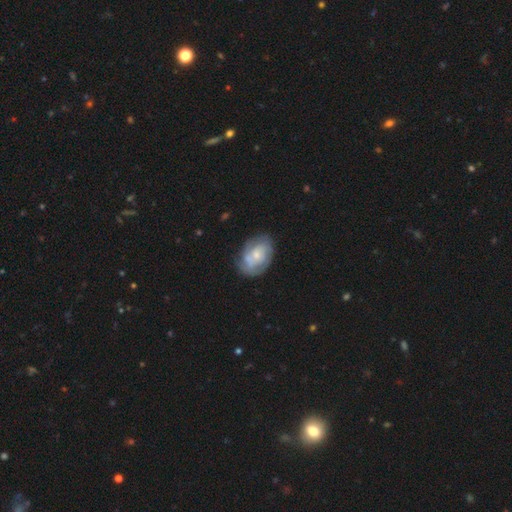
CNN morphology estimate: The model was most divided on "bulge size": small: 53%, moderate: 36%, none: 6%, large: 4%, dominant: 1%. More confident: edge-on disk — no (97%); bar — no (74%); spiral arms — yes (64%); merging — none (62%); smooth or featured — featured or disk (59%).